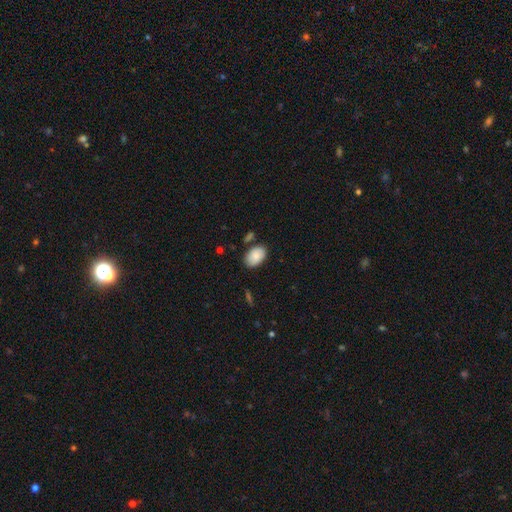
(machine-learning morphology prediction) The model was most divided on "merging": none: 77%, minor disturbance: 15%, merger: 5%, major disturbance: 3%. More confident: how rounded — in between (89%); smooth or featured — smooth (85%).